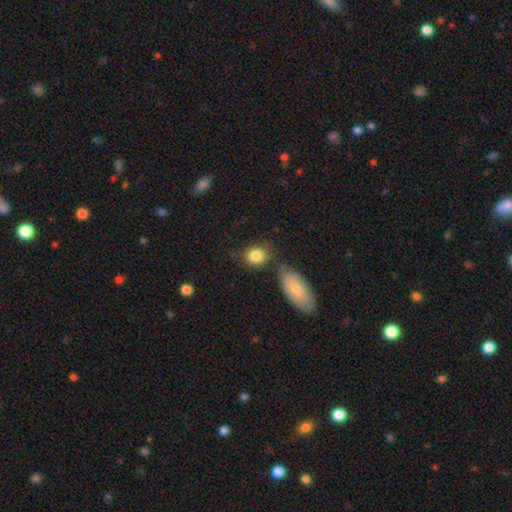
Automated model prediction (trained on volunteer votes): A smooth galaxy with no disk features (85%) that is round (59%).

Vote fractions:
- Smooth or featured? smooth: 85% / featured or disk: 7% / star or artifact: 7%
- How rounded? round: 59% / in between: 39% / cigar-shaped: 2%
- Merging? none: 67% / minor disturbance: 14% / merger: 14% / major disturbance: 5%